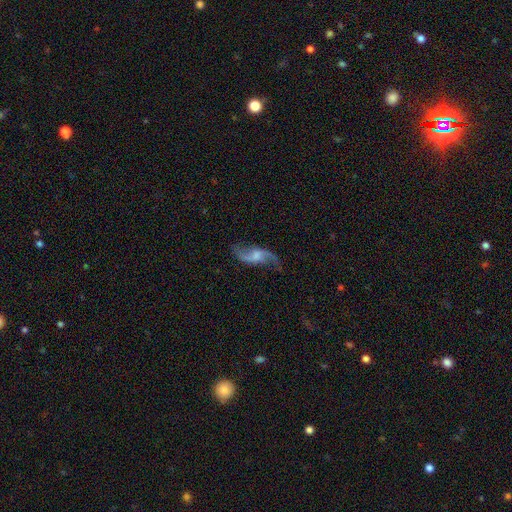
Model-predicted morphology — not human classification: This appears to be a featured or disk galaxy (85%) with a weak bar (45%), 2 (93%) loose (81%) spiral arms (95%) and a small central bulge (33%). Merging: none (74%).